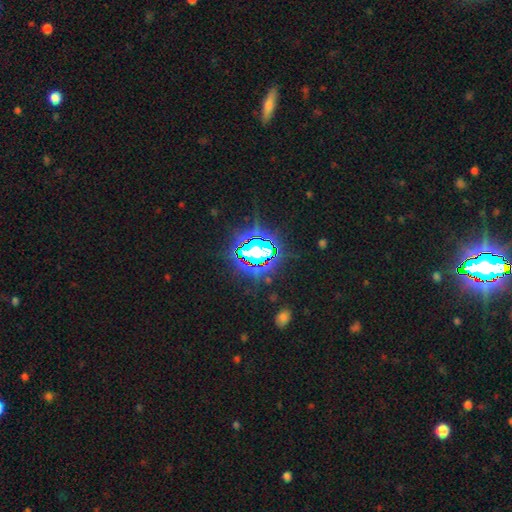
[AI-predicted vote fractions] This appears to be a star or artifact, not a galaxy (75%).